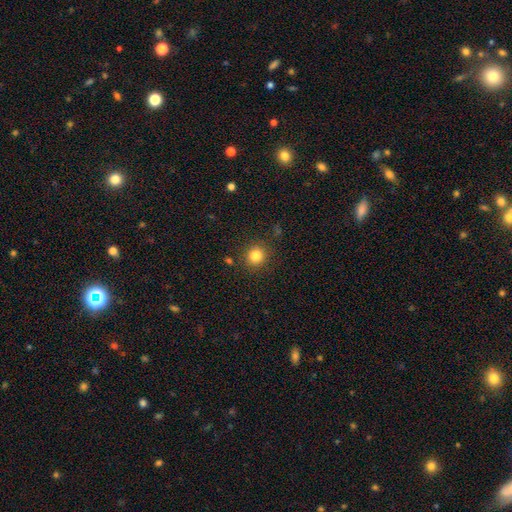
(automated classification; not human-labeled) The model was most divided on "smooth or featured": smooth: 82%, star or artifact: 12%, featured or disk: 6%. More confident: how rounded — round (89%); merging — none (87%).